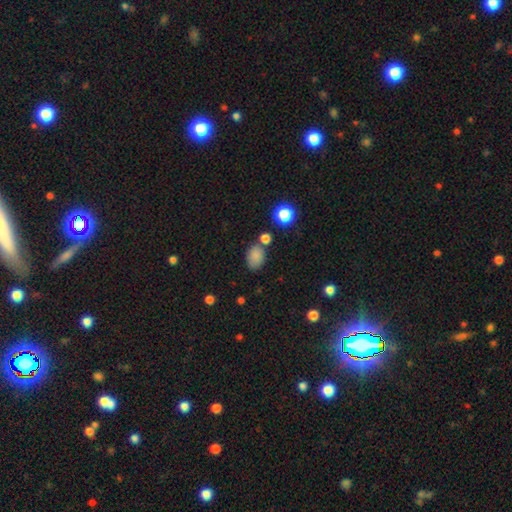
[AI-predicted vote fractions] Morphology: type=smooth (83%); roundness=in between (79%); merging=none (68%).